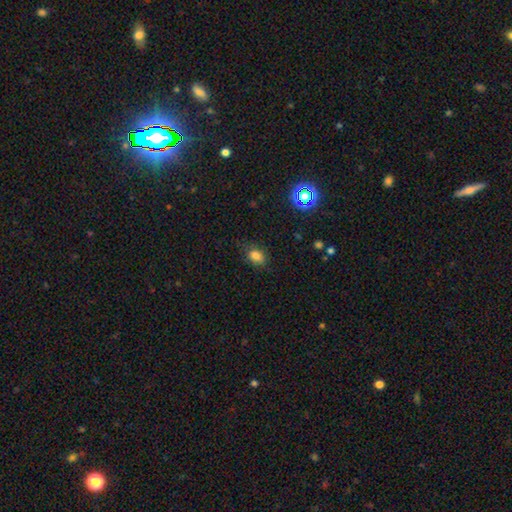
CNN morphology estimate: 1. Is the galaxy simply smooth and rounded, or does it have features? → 80% smooth, 13% star or artifact, 7% featured or disk.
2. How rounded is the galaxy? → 74% in between, 25% round, 2% cigar-shaped.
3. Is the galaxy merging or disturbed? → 76% none, 18% minor disturbance, 5% major disturbance, 1% merger.